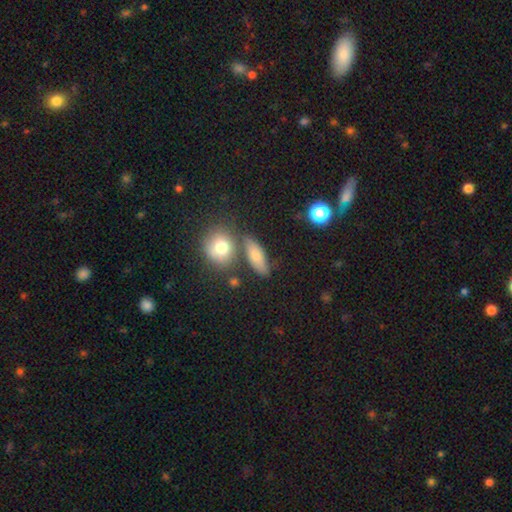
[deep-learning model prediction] This is likely a smooth galaxy (72%). How rounded: possibly in between (58%). Merging: likely none (68%).